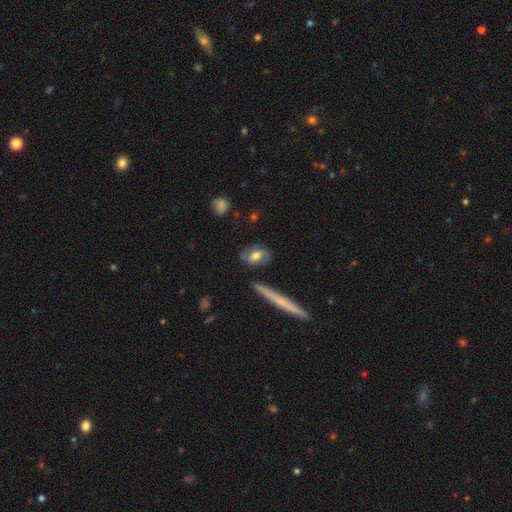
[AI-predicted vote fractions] Smooth or featured?
  - smooth: 51% *
  - featured or disk: 42%
  - star or artifact: 7%
How rounded?
  - in between: 74% *
  - round: 14%
  - cigar-shaped: 12%
Merging?
  - none: 75% *
  - minor disturbance: 17%
  - major disturbance: 5%
  - merger: 4%